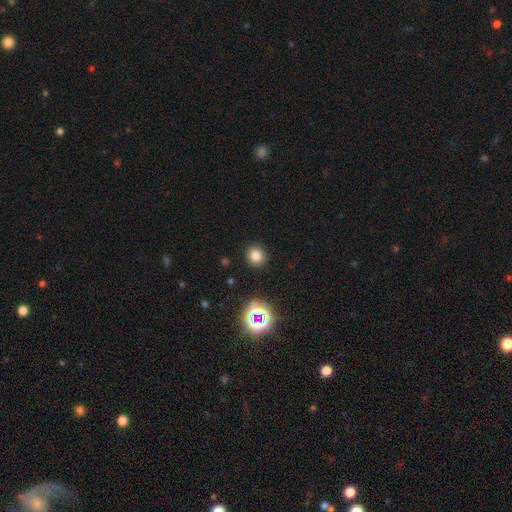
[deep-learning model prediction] Q: Smooth or featured?
A: smooth (76%); runner-up: star or artifact (17%)
Q: How rounded?
A: round (86%); runner-up: in between (13%)
Q: Merging?
A: none (90%); runner-up: minor disturbance (6%)